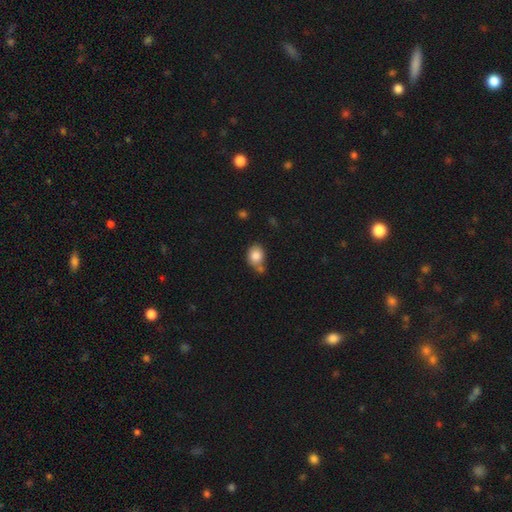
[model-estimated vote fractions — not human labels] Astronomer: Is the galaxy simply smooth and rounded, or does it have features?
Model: smooth — 83%.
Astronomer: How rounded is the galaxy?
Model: round — 54% (runner-up: in between, 45%).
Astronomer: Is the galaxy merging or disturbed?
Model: none — 51%.